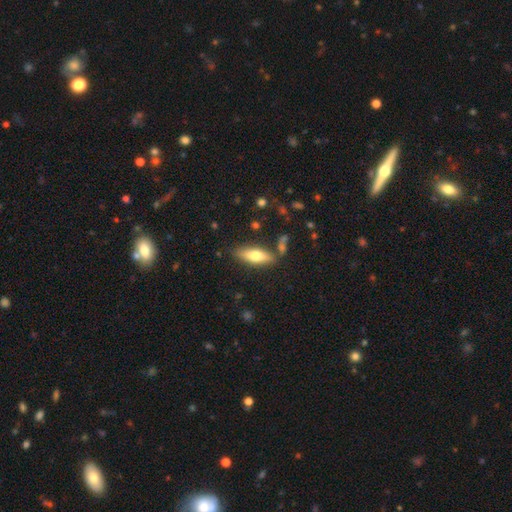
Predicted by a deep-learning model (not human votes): Smooth or featured? smooth (67%)
How rounded? in between (58%)
Merging? none (80%)